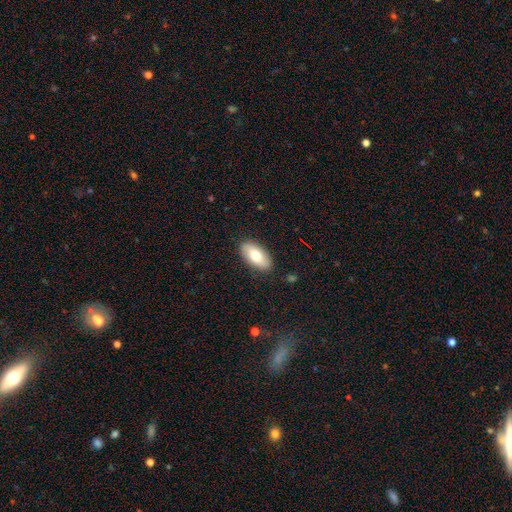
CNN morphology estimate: A smooth galaxy with no disk features (75%) that is in between round and cigar-shaped (93%). Merging: none (88%).